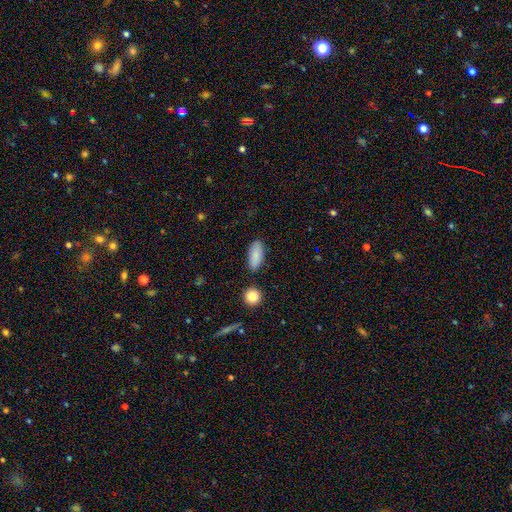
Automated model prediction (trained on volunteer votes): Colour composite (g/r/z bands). It shows a smooth galaxy with no disk features (87%) that is in between round and cigar-shaped (86%). Merging: none (83%).